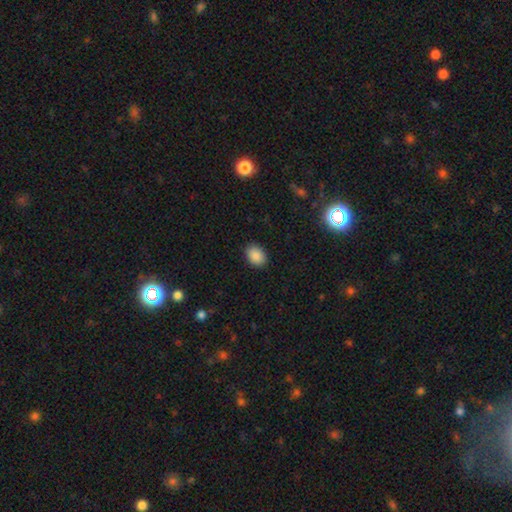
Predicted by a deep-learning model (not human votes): A smooth galaxy with no disk features (88%) that is in between round and cigar-shaped (72%).

Vote fractions:
- Smooth or featured? smooth: 88% / star or artifact: 9% / featured or disk: 4%
- How rounded? in between: 72% / round: 27% / cigar-shaped: 1%
- Merging? none: 88% / minor disturbance: 9% / major disturbance: 2% / merger: 1%